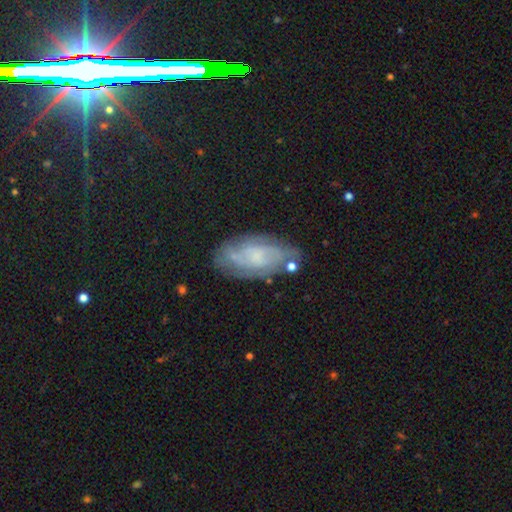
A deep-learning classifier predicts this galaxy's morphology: The model was most divided on "bulge size": small: 40%, none: 30%, moderate: 23%, large: 5%, dominant: 2%. More confident: edge-on disk — no (92%); spiral arms — yes (84%); merging — none (68%); bar — no (65%); smooth or featured — featured or disk (62%).